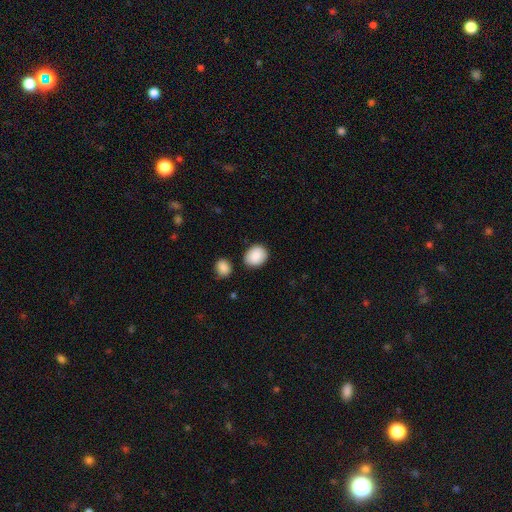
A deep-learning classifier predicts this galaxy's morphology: This appears to be a smooth galaxy with no disk features (89%) that is round (58%). Merging: none (79%).